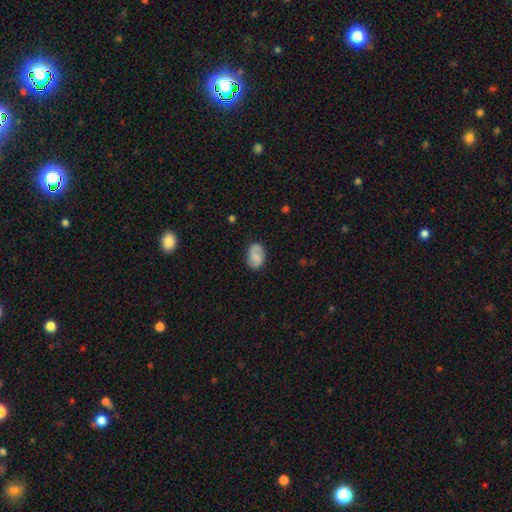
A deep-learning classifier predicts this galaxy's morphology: This appears to be a smooth galaxy with no disk features (48%). Merging: none (81%).